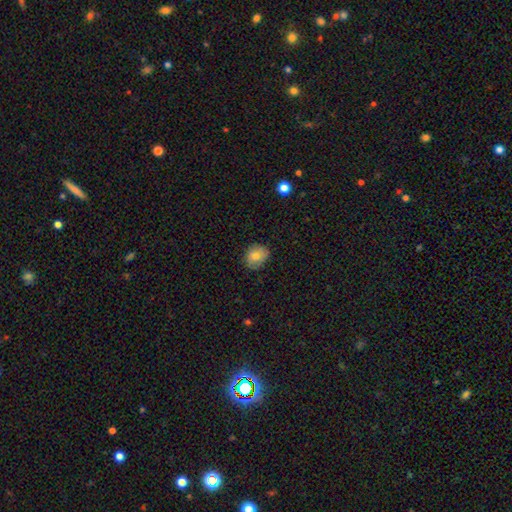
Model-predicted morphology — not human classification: This is likely a smooth galaxy (78%). How rounded: likely round (62%). Merging: likely none (77%).